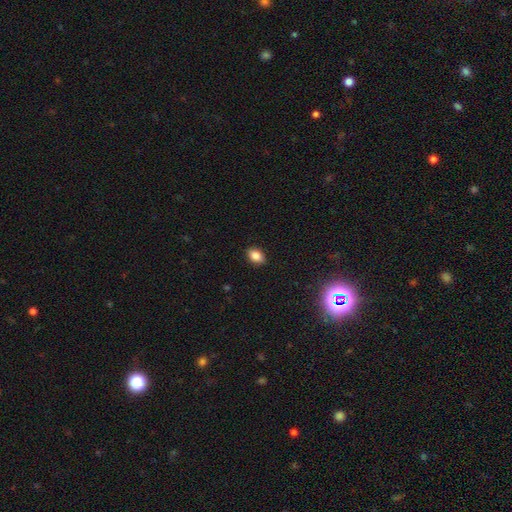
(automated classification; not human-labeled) Q: Smooth or featured?
A: smooth (83%); runner-up: star or artifact (10%)
Q: How rounded?
A: in between (83%); runner-up: round (15%)
Q: Merging?
A: none (89%); runner-up: minor disturbance (8%)